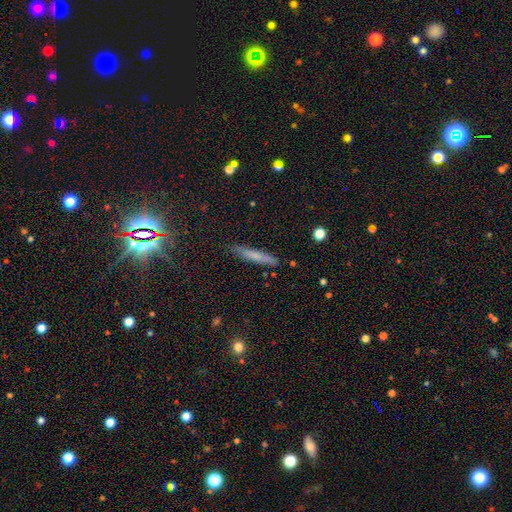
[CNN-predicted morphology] The model was most divided on "smooth or featured": smooth: 61%, featured or disk: 29%, star or artifact: 10%. More confident: how rounded — cigar-shaped (93%); merging — none (87%).